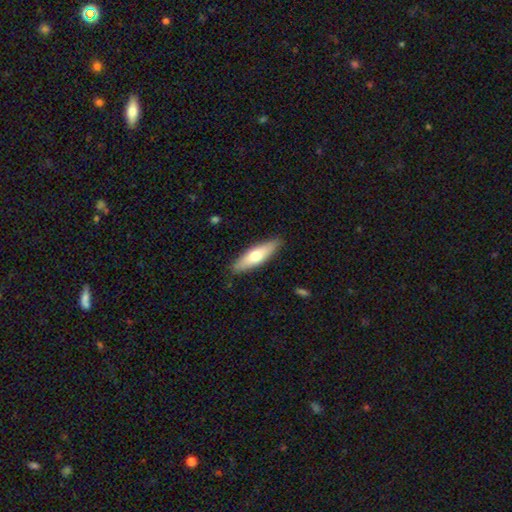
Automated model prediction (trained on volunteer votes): smooth 63%, featured or disk 31%, star or artifact 5%. Down the decision tree: how rounded — cigar-shaped (60%); merging — none (88%).